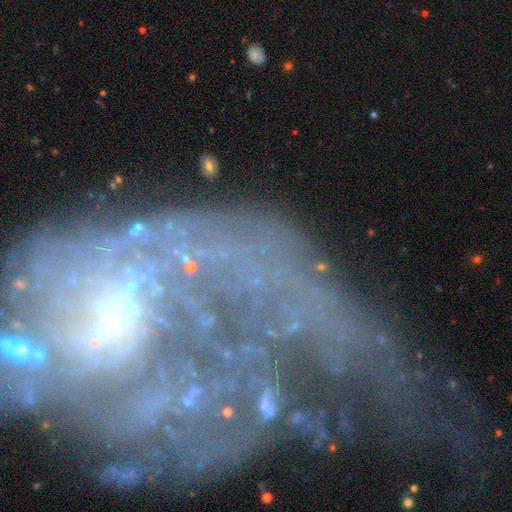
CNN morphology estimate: Smooth or featured?
  - featured or disk: 73% *
  - star or artifact: 15%
  - smooth: 12%
Edge-on disk?
  - no: 94% *
  - yes: 6%
Bar?
  - no: 48% *
  - weak: 30%
  - strong: 23%
Spiral arms?
  - yes: 62% *
  - no: 38%
Bulge size?
  - small: 32% *
  - moderate: 30%
  - none: 27%
  - large: 7%
  - dominant: 3%
Merging?
  - major disturbance: 39% *
  - none: 36%
  - minor disturbance: 16%
  - merger: 9%